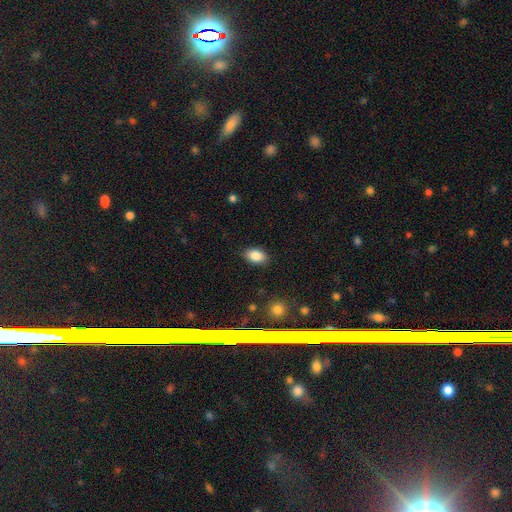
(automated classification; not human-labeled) Smooth or featured?
  - smooth: 85% *
  - star or artifact: 10%
  - featured or disk: 6%
How rounded?
  - in between: 85% *
  - round: 14%
  - cigar-shaped: 1%
Merging?
  - none: 86% *
  - minor disturbance: 10%
  - major disturbance: 3%
  - merger: 1%